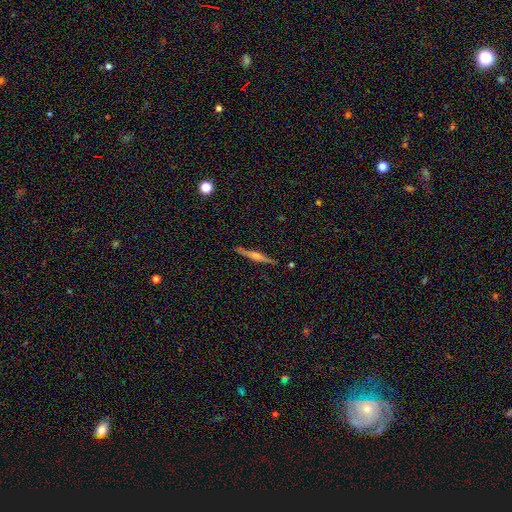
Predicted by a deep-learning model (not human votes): featured or disk 71%, smooth 22%, star or artifact 7%. Down the decision tree: edge-on disk — yes (98%); edge-on bulge — rounded (74%); merging — none (89%).